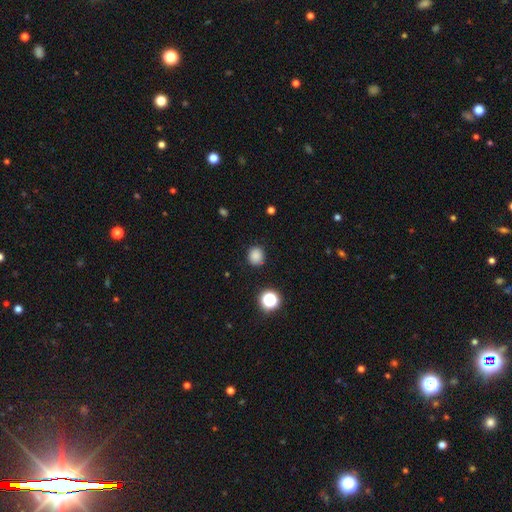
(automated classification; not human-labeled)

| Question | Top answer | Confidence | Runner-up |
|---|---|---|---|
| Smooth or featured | smooth | 84% | star or artifact (13%) |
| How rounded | round | 82% | in between (17%) |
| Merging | none | 88% | minor disturbance (8%) |